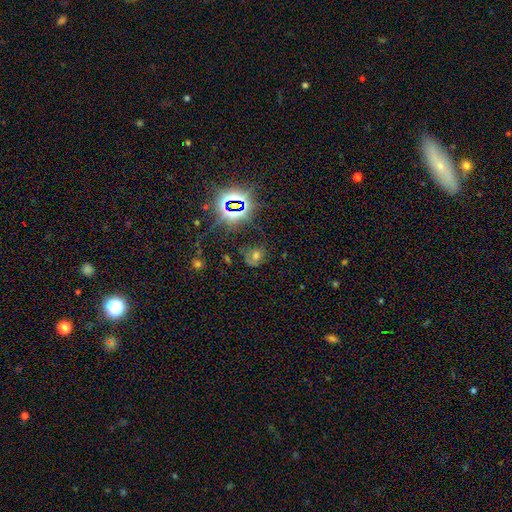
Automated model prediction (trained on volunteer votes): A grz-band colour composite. It shows a star or artifact, not a galaxy (50%).